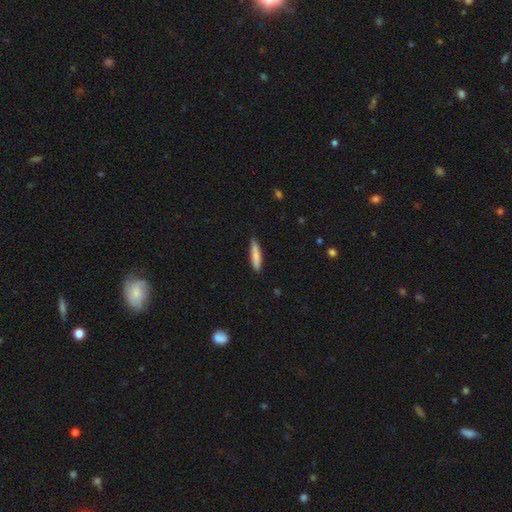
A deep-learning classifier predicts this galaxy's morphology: Smooth or featured? Predicted: smooth (p=0.82). How rounded? Predicted: cigar-shaped (p=0.81). Merging? Predicted: none (p=0.87).